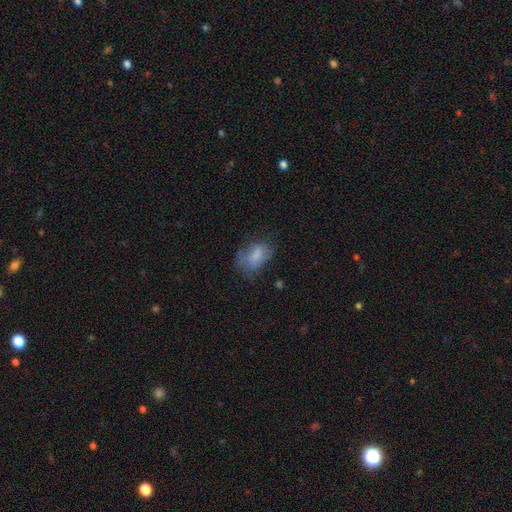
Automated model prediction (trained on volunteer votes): smooth-or-featured: smooth: 68% | featured or disk: 22% | star or artifact: 9%
  how-rounded: in between: 87% | round: 11% | cigar-shaped: 2%
  merging: none: 48% | minor disturbance: 30% | major disturbance: 19% | merger: 2%